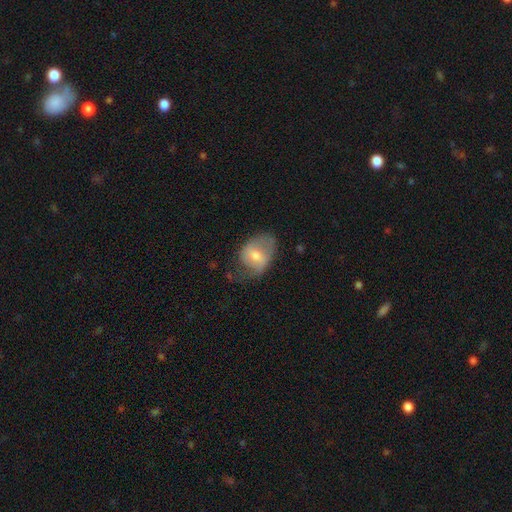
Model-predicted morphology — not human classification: This appears to be a smooth galaxy with no disk features (51%) that is in between round and cigar-shaped (71%). Merging: none (48%).